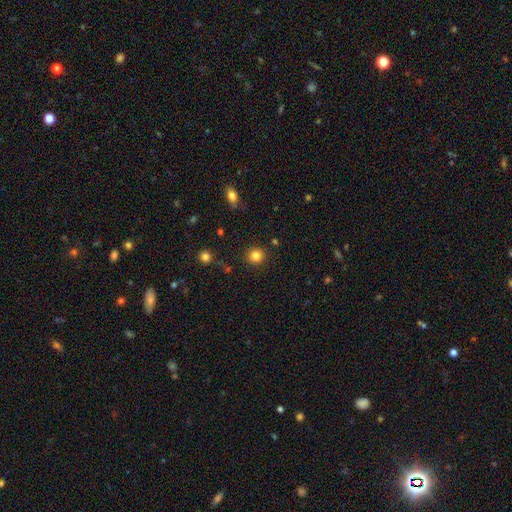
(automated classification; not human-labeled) This appears to be a smooth galaxy with no disk features (83%) that is round (91%). Merging: none (90%).